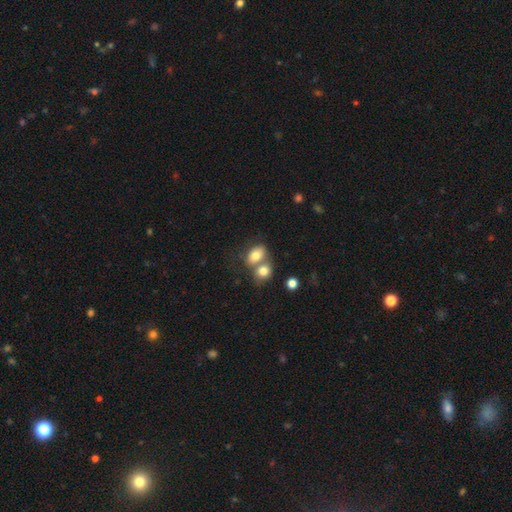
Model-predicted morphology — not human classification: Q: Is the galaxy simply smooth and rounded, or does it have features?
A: smooth — 78%.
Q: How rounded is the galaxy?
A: in between — 76%.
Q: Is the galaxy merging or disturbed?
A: merger — 53%.